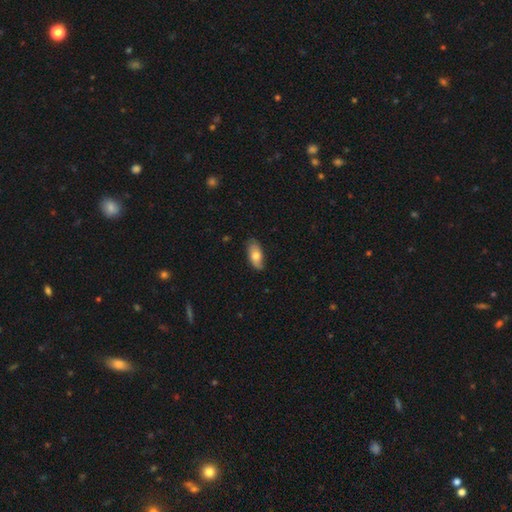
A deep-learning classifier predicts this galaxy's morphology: Overall: smooth (71%). How rounded: in between (87%). Merging: none (77%).